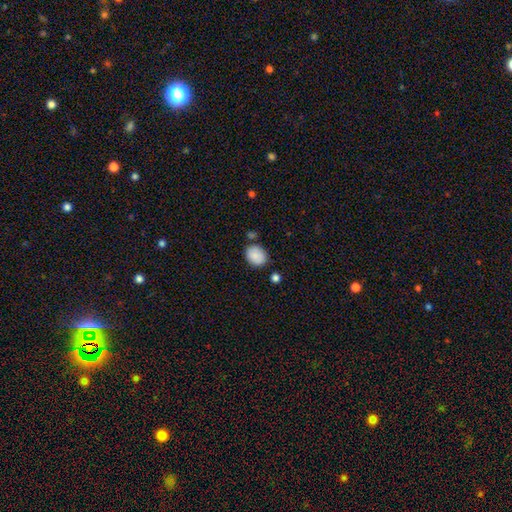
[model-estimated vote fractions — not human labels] The model was most divided on "how rounded": round: 50%, in between: 49%, cigar-shaped: 1%. More confident: smooth or featured — smooth (88%); merging — none (76%).